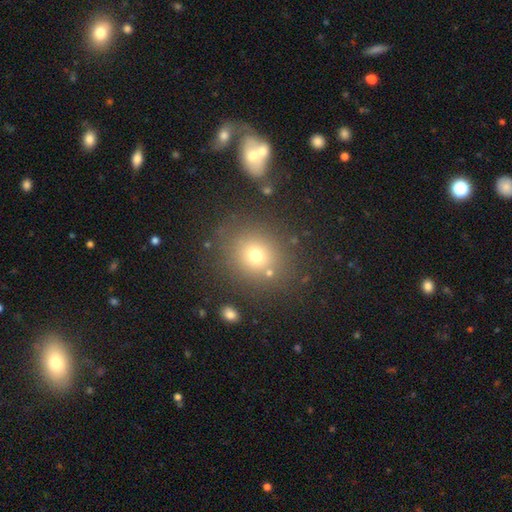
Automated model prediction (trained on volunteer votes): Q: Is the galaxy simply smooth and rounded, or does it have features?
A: smooth — 70%.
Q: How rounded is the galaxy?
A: round — 77%.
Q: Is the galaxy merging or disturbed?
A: none — 78%.